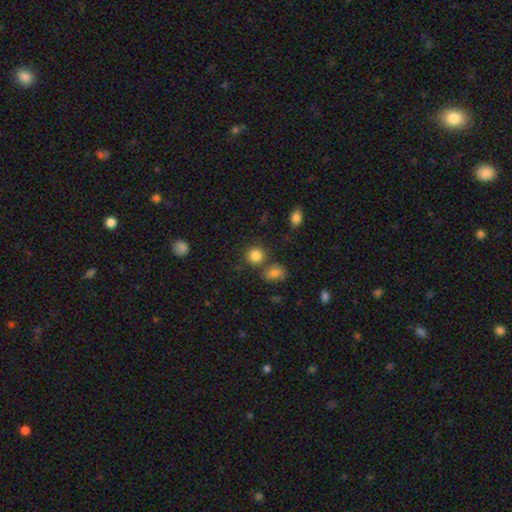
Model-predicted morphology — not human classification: Smooth or featured? Predicted: smooth (p=0.84). How rounded? Predicted: round (p=0.88). Merging? Predicted: none (p=0.73).